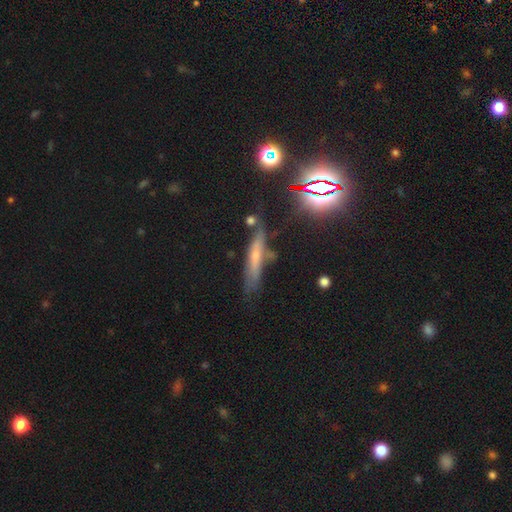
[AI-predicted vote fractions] Q: Smooth or featured?
A: smooth (43%); runner-up: featured or disk (36%)
Q: Merging?
A: none (70%); runner-up: minor disturbance (18%)